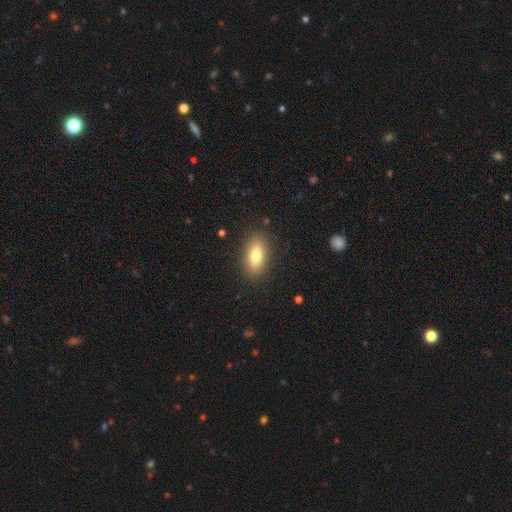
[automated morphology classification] smooth 77%, featured or disk 14%, star or artifact 8%. Down the decision tree: how rounded — in between (85%); merging — none (87%).